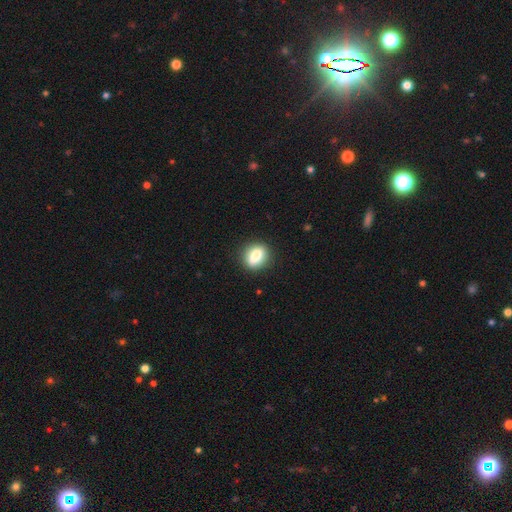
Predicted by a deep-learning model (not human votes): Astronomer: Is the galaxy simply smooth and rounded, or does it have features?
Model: smooth — 81%.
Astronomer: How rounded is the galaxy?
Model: in between — 56% (runner-up: round, 40%).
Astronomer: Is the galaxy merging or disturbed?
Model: none — 85%.